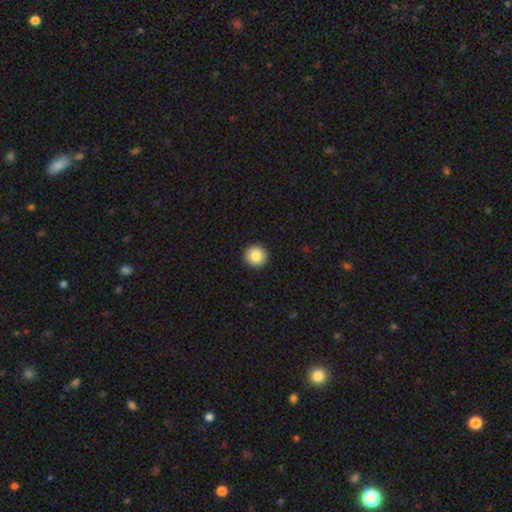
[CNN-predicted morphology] smooth-or-featured: smooth: 87% | star or artifact: 8% | featured or disk: 5%
  how-rounded: round: 95% | in between: 4% | cigar-shaped: 1%
  merging: none: 93% | minor disturbance: 4% | major disturbance: 1% | merger: 1%